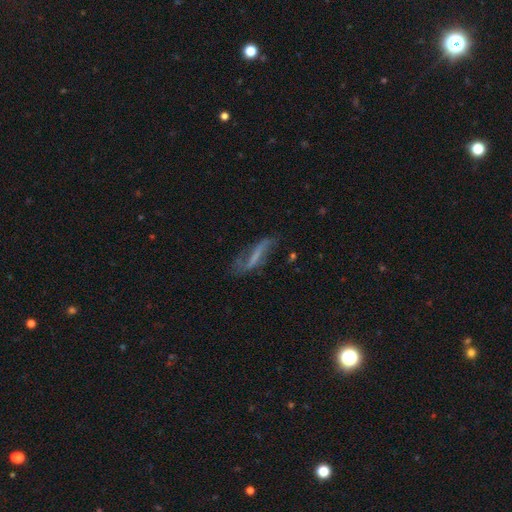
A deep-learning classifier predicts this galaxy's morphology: Smooth or featured? featured or disk (66%)
Edge-on disk? no (79%)
Bar? strong (49%)
Spiral arms? yes (78%)
Bulge size? none (58%)
Merging? none (54%)